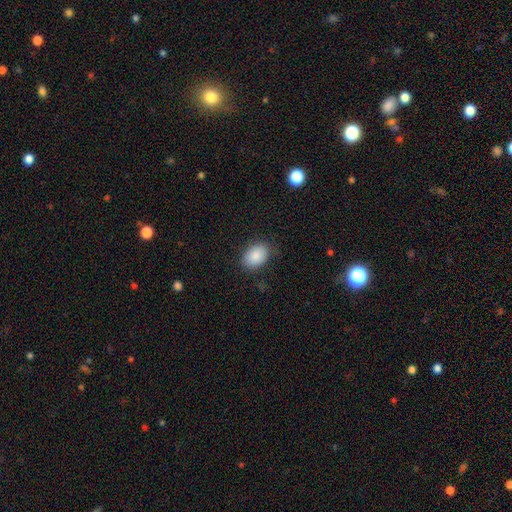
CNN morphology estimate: smooth_or_featured: smooth (p=0.86) [alt: star or artifact p=0.07]
how_rounded: in between (p=0.82) [alt: round p=0.17]
merging: none (p=0.82) [alt: minor disturbance p=0.14]